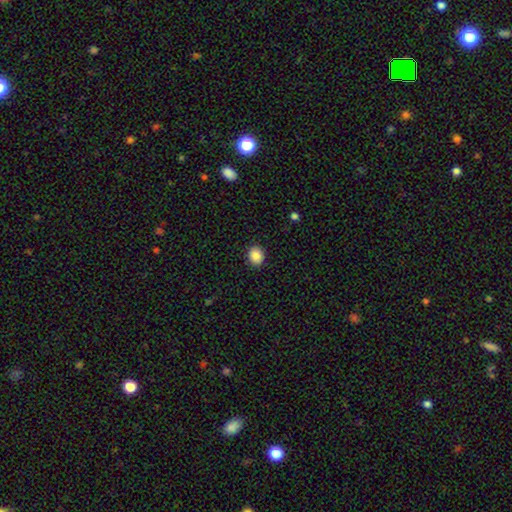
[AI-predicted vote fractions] Smooth or featured: smooth — 87% (star or artifact — 9%)
How rounded: round — 64% (in between — 35%)
Merging: none — 91% (minor disturbance — 6%)